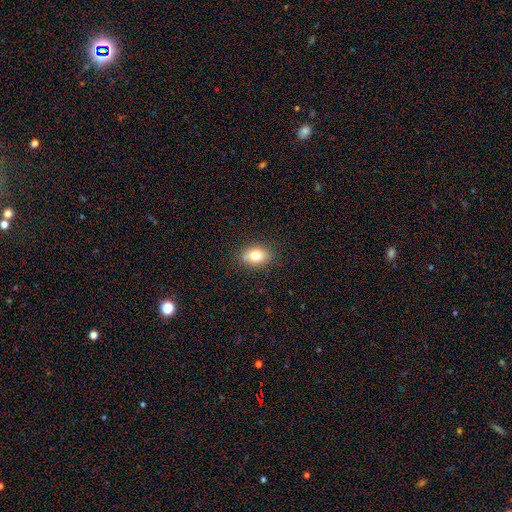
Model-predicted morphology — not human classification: Smooth or featured? smooth (78%)
How rounded? in between (74%)
Merging? none (83%)